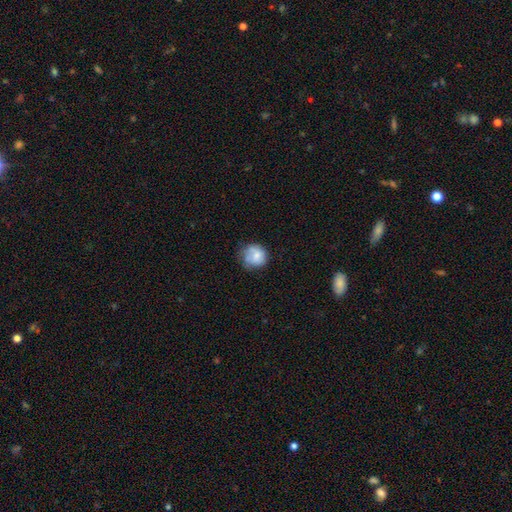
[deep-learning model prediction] A smooth galaxy with no disk features (73%) that is round (85%). Merging: none (61%).